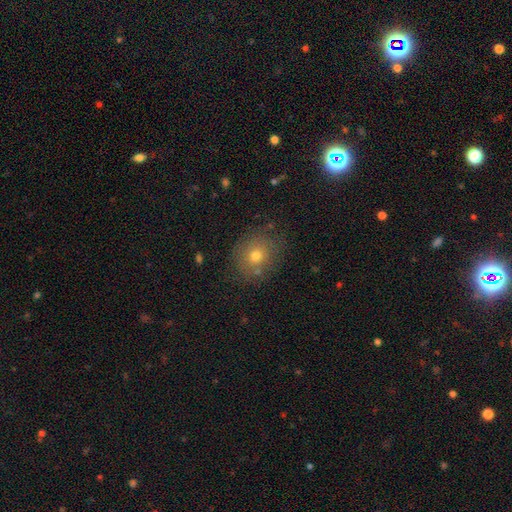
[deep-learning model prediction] The model was most divided on "smooth or featured": smooth: 64%, star or artifact: 21%, featured or disk: 15%. More confident: merging — none (81%); how rounded — round (74%).